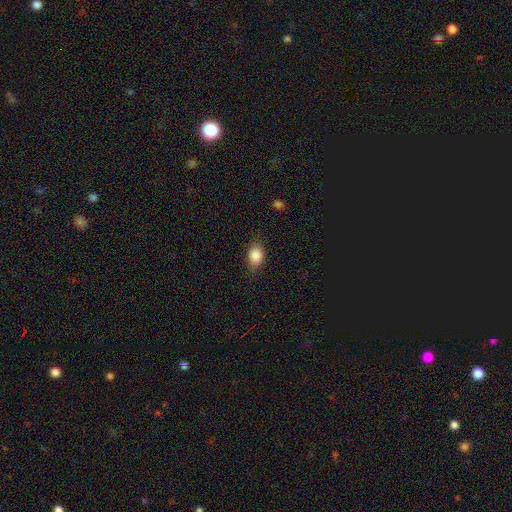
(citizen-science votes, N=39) smooth-or-featured: smooth: 92% | featured or disk: 5% | star or artifact: 3%
  how-rounded: in between: 56% | round: 44% | cigar-shaped: 0%
  merging: none: 66% | minor disturbance: 26% | major disturbance: 5% | merger: 3%